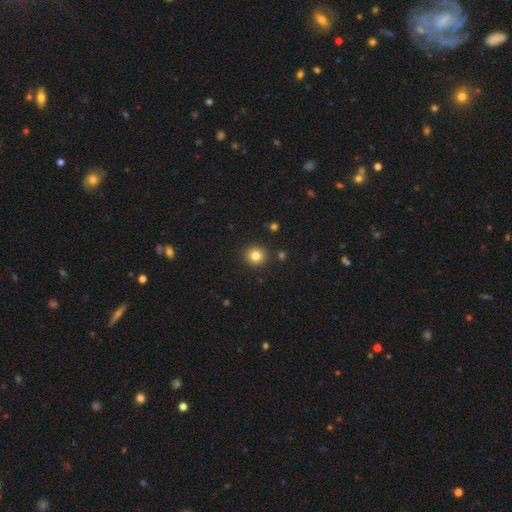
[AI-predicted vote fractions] Smooth or featured? smooth (82%)
How rounded? round (93%)
Merging? none (91%)